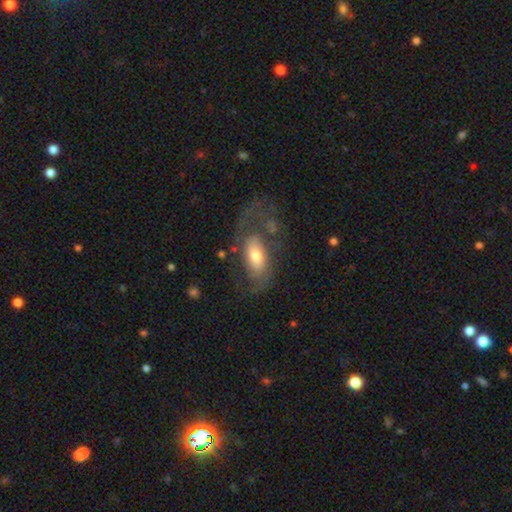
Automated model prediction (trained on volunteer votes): A featured or disk galaxy (57%) with no bar (64%), spiral arms (72%) and a moderate central bulge (58%). Merging: none (43%).